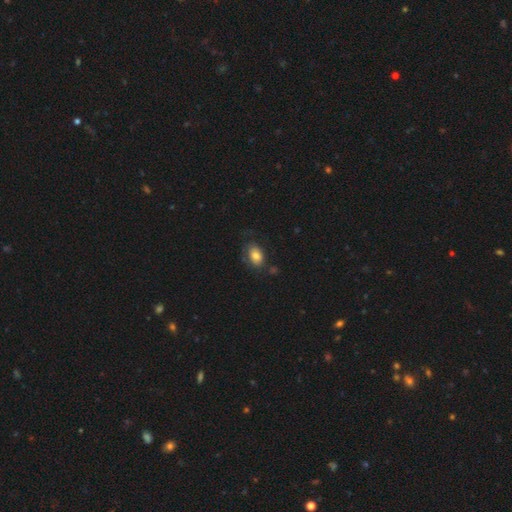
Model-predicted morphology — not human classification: type=smooth (76%); roundness=in between (85%); merging=none (59%).